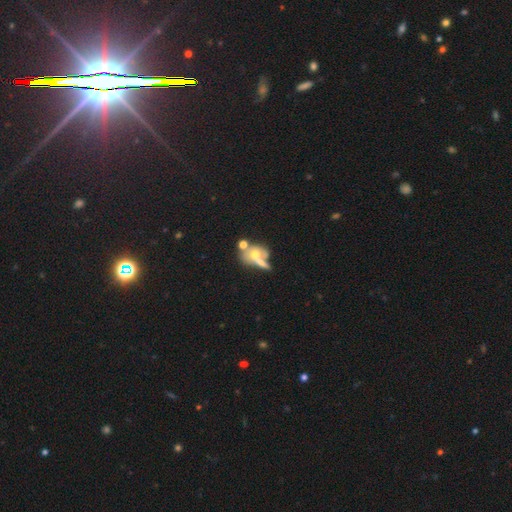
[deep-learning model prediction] This is possibly a smooth galaxy (50%). Merging: possibly merger (51%).